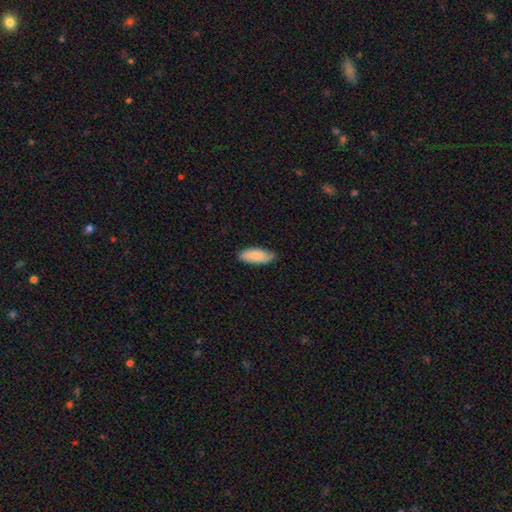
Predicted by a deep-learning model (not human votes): A smooth galaxy with no disk features (81%) that is in between round and cigar-shaped (84%). Merging: none (76%).